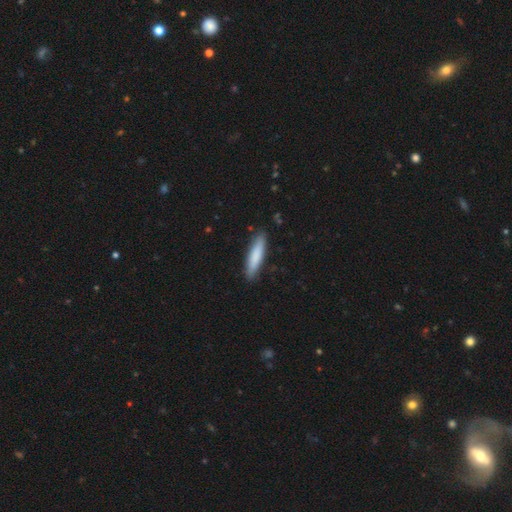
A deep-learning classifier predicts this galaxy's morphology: Q: Smooth or featured?
A: smooth (81%); runner-up: featured or disk (14%)
Q: How rounded?
A: cigar-shaped (82%); runner-up: in between (17%)
Q: Merging?
A: none (88%); runner-up: minor disturbance (9%)